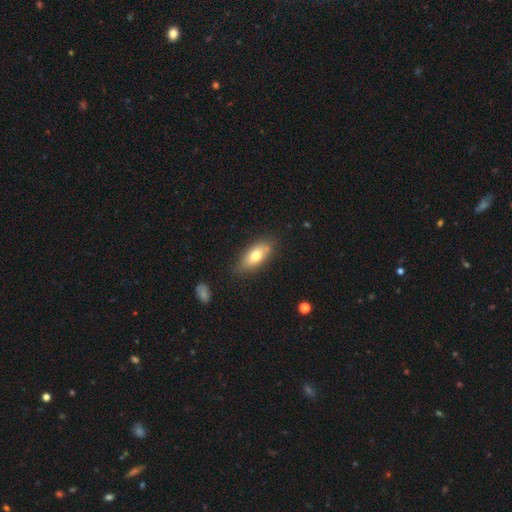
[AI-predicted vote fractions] smooth-or-featured: smooth: 71% | featured or disk: 22% | star or artifact: 7%
  how-rounded: in between: 81% | cigar-shaped: 16% | round: 4%
  merging: none: 79% | minor disturbance: 16% | major disturbance: 3% | merger: 2%